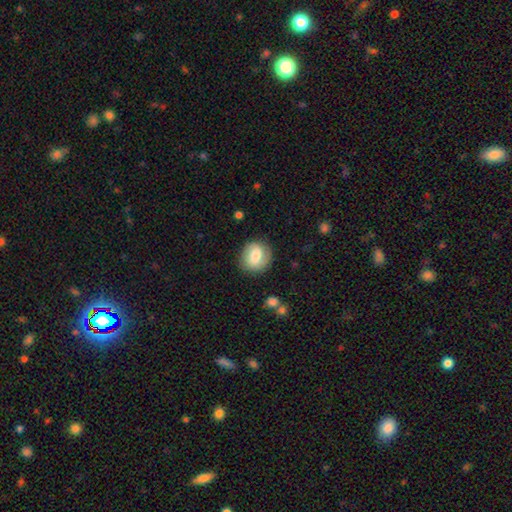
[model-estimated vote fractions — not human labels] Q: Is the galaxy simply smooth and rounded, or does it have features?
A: smooth — 68%.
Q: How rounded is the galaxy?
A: round — 74%.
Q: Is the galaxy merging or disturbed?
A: none — 82%.